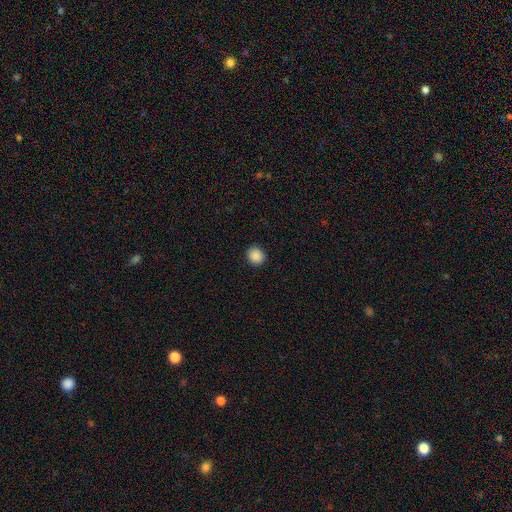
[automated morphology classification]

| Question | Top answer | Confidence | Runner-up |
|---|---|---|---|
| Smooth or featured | smooth | 88% | star or artifact (9%) |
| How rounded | round | 80% | in between (19%) |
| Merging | none | 92% | minor disturbance (5%) |